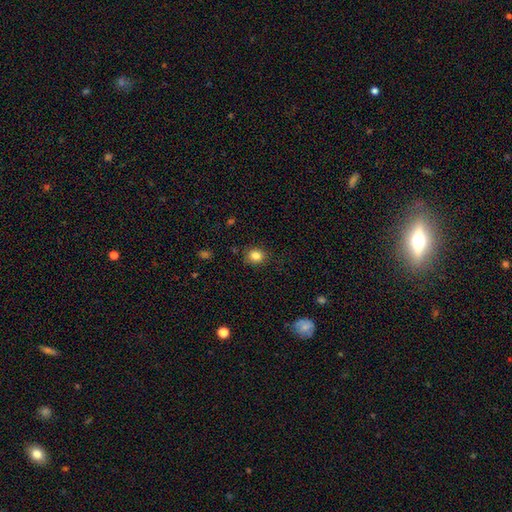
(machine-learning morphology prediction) smooth-or-featured: smooth: 84% | star or artifact: 11% | featured or disk: 5%
  how-rounded: round: 67% | in between: 32% | cigar-shaped: 1%
  merging: none: 84% | minor disturbance: 11% | major disturbance: 3% | merger: 1%